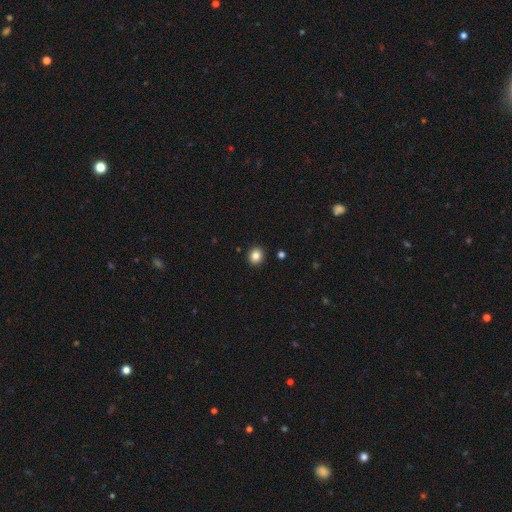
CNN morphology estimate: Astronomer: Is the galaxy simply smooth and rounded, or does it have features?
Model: smooth — 84%.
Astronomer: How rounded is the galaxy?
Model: round — 80%.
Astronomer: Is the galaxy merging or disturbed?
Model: none — 91%.